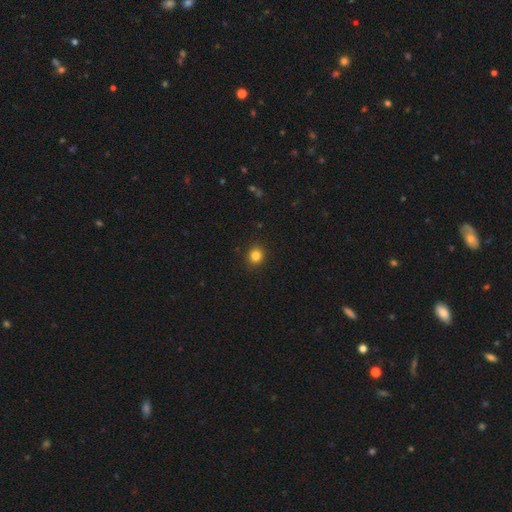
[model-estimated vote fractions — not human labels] Q: Smooth or featured?
A: smooth (84%); runner-up: star or artifact (12%)
Q: How rounded?
A: round (79%); runner-up: in between (20%)
Q: Merging?
A: none (91%); runner-up: minor disturbance (7%)